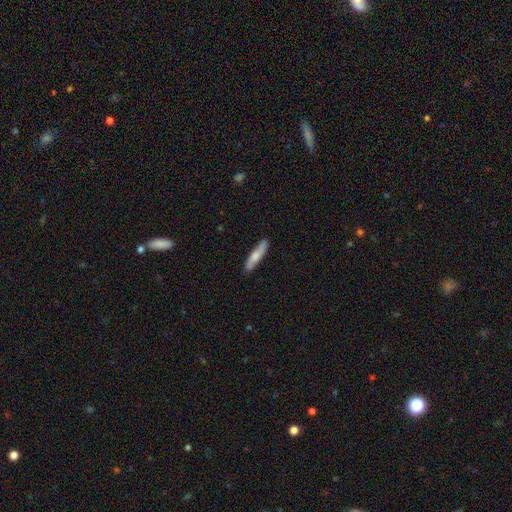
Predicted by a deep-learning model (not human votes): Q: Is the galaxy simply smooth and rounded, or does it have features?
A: smooth — 64%.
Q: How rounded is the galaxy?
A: cigar-shaped — 85%.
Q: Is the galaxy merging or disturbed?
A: none — 85%.